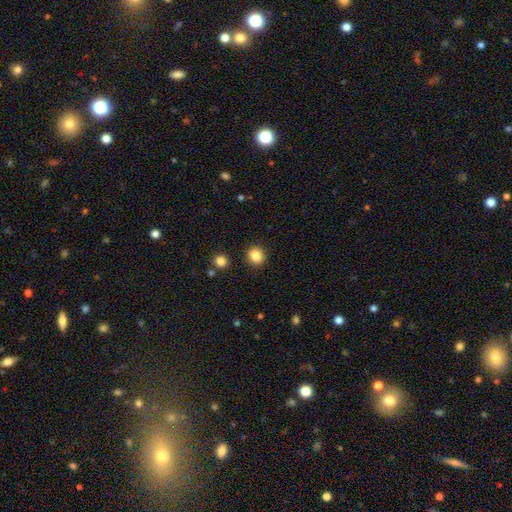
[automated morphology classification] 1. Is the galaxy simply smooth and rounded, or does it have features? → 86% smooth, 10% star or artifact, 4% featured or disk.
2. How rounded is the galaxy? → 81% round, 18% in between, 1% cigar-shaped.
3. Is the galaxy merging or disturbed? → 90% none, 6% minor disturbance, 2% major disturbance, 2% merger.